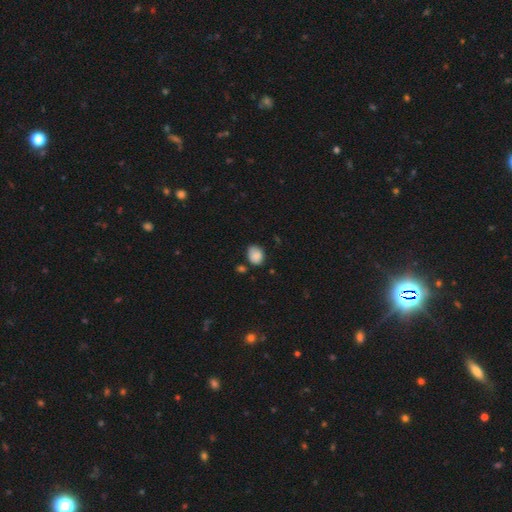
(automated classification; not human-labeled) A smooth galaxy with no disk features (85%) that is in between round and cigar-shaped (58%). Merging: none (67%).